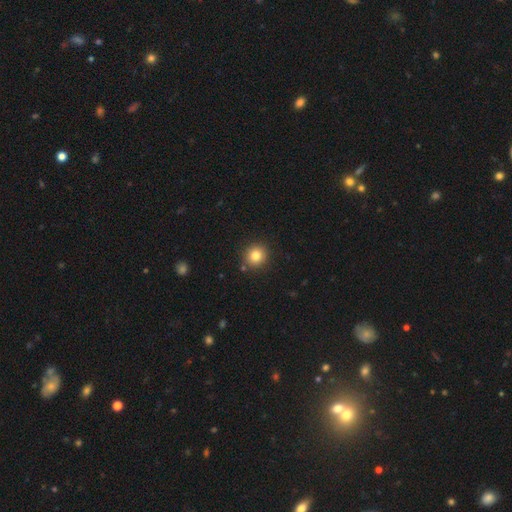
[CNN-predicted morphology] smooth_or_featured: smooth (p=0.81) [alt: star or artifact p=0.12]
how_rounded: round (p=0.91) [alt: in between p=0.09]
merging: none (p=0.88) [alt: minor disturbance p=0.07]